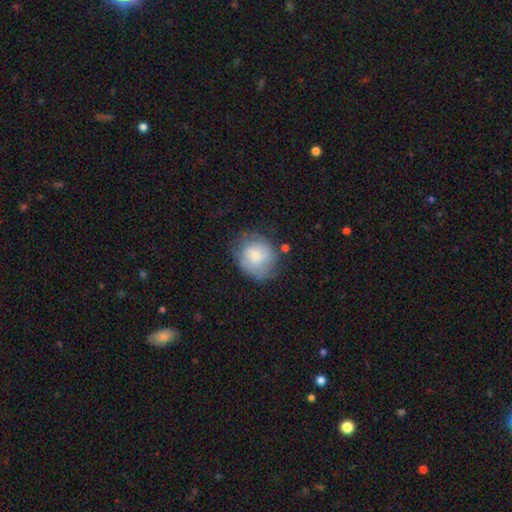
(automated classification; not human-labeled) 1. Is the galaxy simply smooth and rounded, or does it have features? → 57% smooth, 34% featured or disk, 8% star or artifact.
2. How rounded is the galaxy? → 78% round, 22% in between, 1% cigar-shaped.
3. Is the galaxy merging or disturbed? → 59% none, 26% minor disturbance, 12% major disturbance, 3% merger.